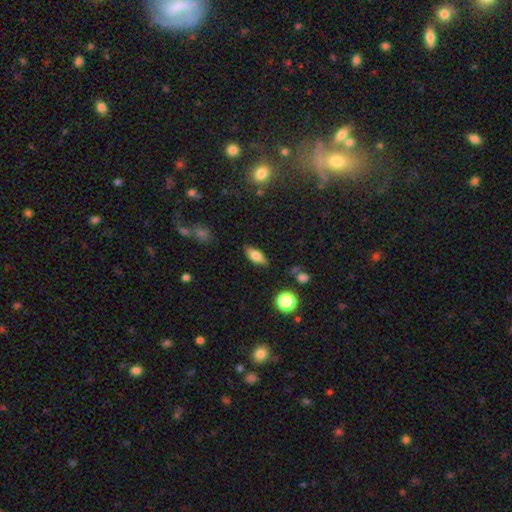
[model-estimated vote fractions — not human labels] This appears to be a smooth galaxy with no disk features (75%) that is in between round and cigar-shaped (81%). Merging: none (85%).